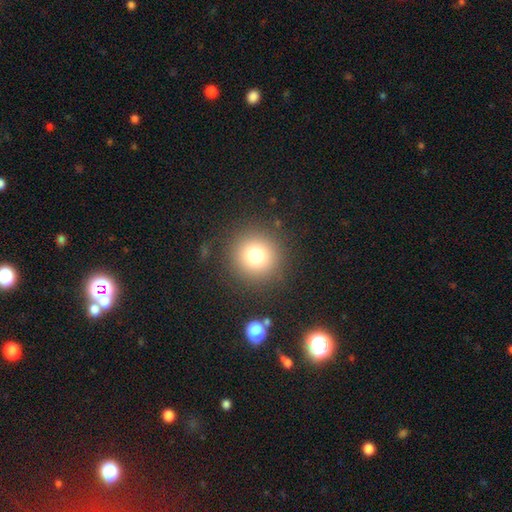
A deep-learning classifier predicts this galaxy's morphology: A smooth galaxy with no disk features (77%) that is round (95%). Merging: none (87%).